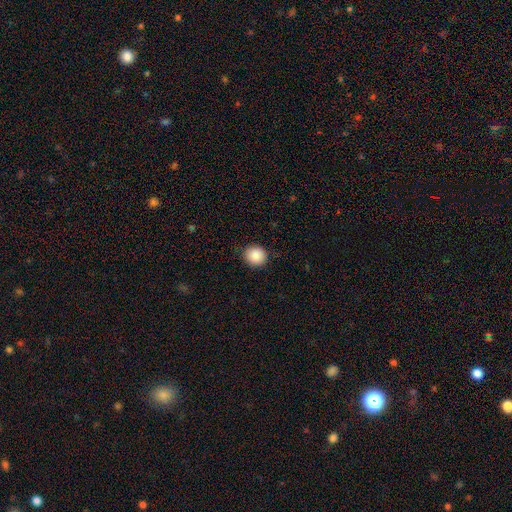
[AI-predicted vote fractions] Smooth or featured: smooth — 89% (star or artifact — 8%)
How rounded: round — 88% (in between — 11%)
Merging: none — 90% (minor disturbance — 7%)